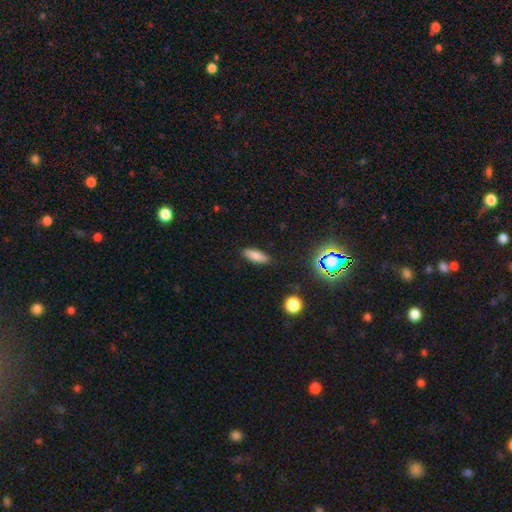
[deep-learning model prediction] A smooth galaxy with no disk features (80%) that is in between round and cigar-shaped (59%). Merging: none (87%).